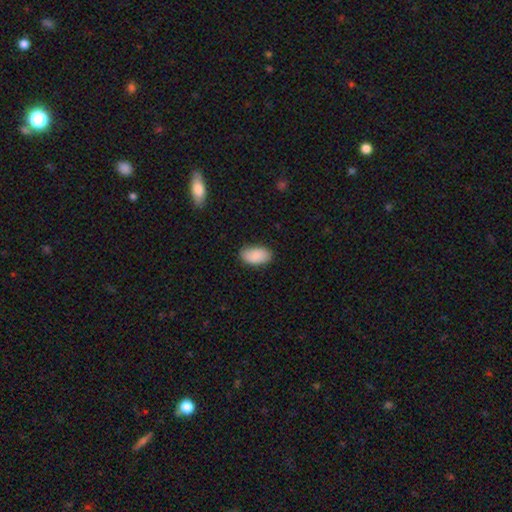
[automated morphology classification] This appears to be a smooth galaxy with no disk features (88%) that is in between round and cigar-shaped (95%). Merging: none (82%).